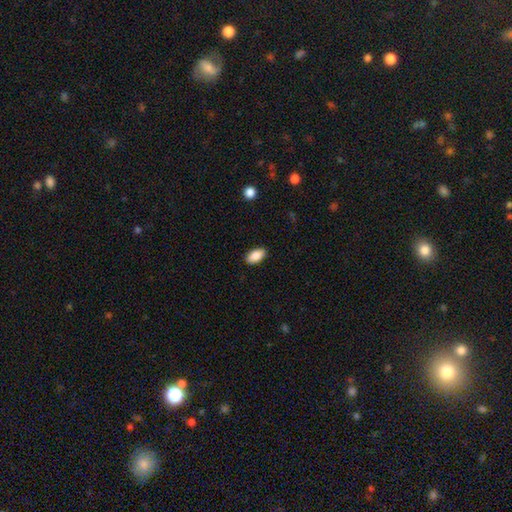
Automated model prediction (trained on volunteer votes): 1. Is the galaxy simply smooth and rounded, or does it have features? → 88% smooth, 7% star or artifact, 5% featured or disk.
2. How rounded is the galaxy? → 93% in between, 4% cigar-shaped, 3% round.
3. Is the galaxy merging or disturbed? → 88% none, 9% minor disturbance, 2% major disturbance, 1% merger.